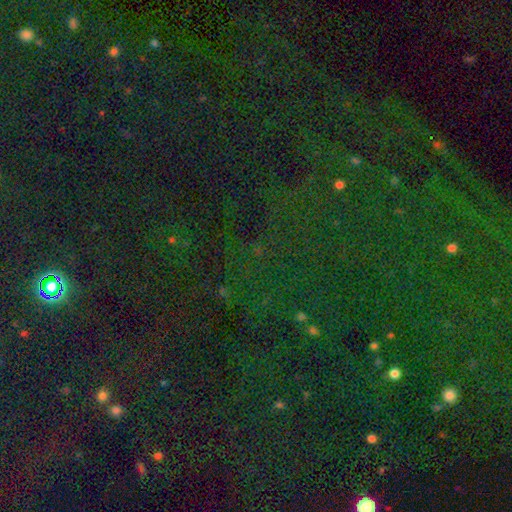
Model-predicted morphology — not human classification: smooth_or_featured: star or artifact (p=0.80) [alt: smooth p=0.13]